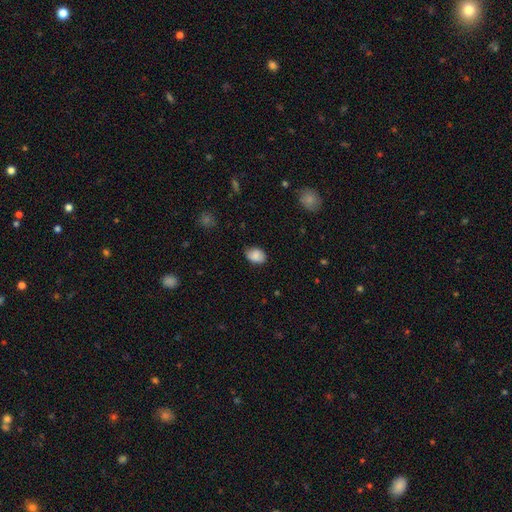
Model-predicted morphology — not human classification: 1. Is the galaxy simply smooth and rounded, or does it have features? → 83% smooth, 9% featured or disk, 8% star or artifact.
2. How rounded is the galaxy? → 80% in between, 18% round, 1% cigar-shaped.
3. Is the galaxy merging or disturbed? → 79% none, 17% minor disturbance, 3% major disturbance, 1% merger.